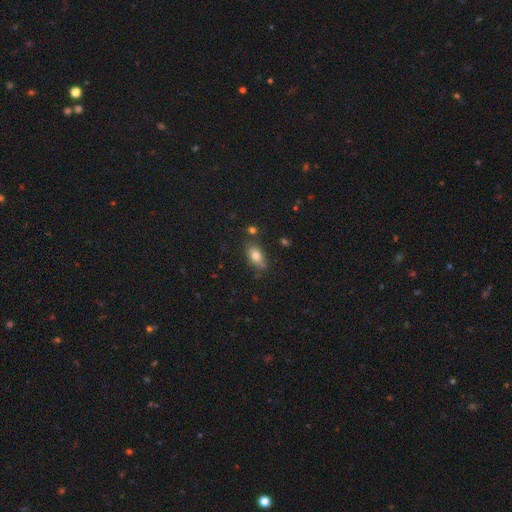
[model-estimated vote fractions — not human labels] This is likely a smooth galaxy (78%). How rounded: clearly in between (85%). Merging: likely none (72%).